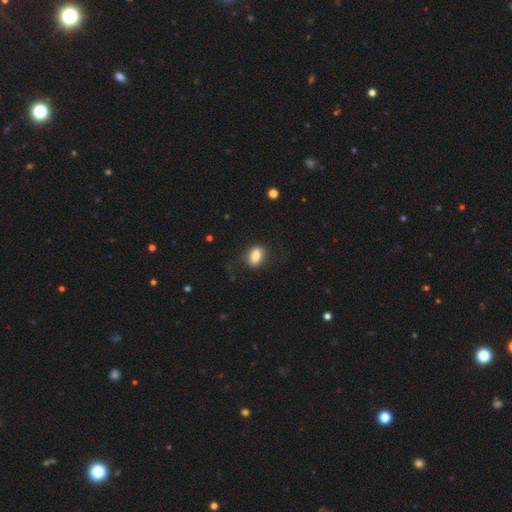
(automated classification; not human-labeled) smooth-or-featured: smooth: 83% | featured or disk: 9% | star or artifact: 8%
  how-rounded: in between: 81% | round: 17% | cigar-shaped: 2%
  merging: none: 73% | minor disturbance: 17% | major disturbance: 8% | merger: 1%